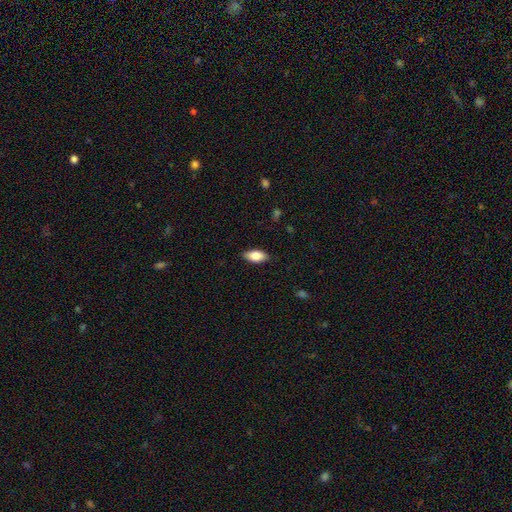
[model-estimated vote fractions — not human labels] smooth-or-featured: smooth: 82% | featured or disk: 11% | star or artifact: 7%
  how-rounded: in between: 89% | cigar-shaped: 8% | round: 3%
  merging: none: 86% | minor disturbance: 11% | major disturbance: 2% | merger: 1%